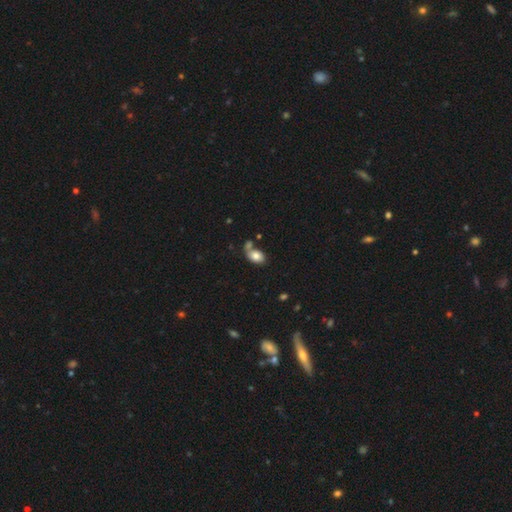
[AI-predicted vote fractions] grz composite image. It shows a smooth galaxy with no disk features (81%) that is in between round and cigar-shaped (82%). Merging: none (48%).